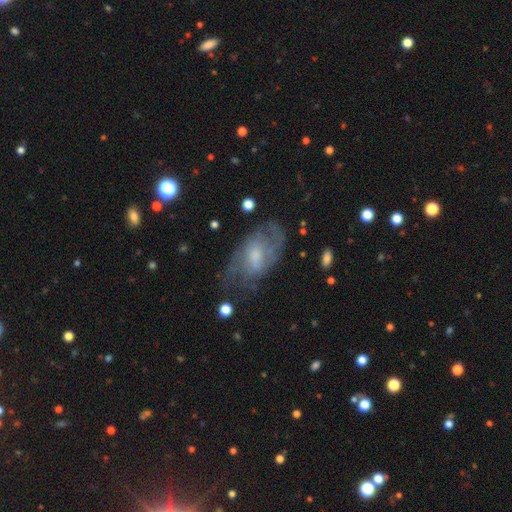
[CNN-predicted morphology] A featured or disk galaxy (68%) with no bar (52%), 2 (41%) medium (43%) spiral arms (79%) and a moderate central bulge (43%). Merging: none (59%).